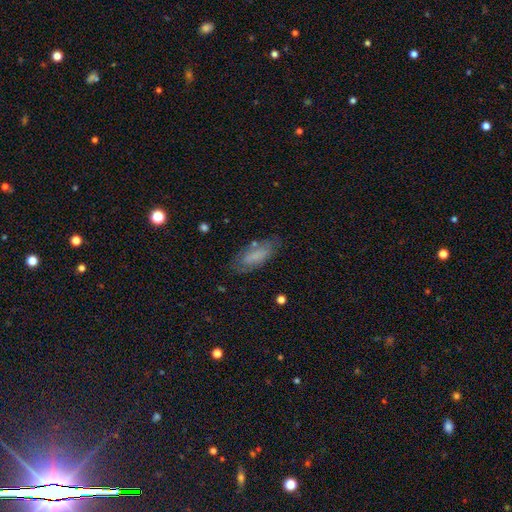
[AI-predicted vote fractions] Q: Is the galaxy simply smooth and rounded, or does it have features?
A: smooth — 67%.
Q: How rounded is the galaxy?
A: in between — 71%.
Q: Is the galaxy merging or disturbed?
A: none — 71%.